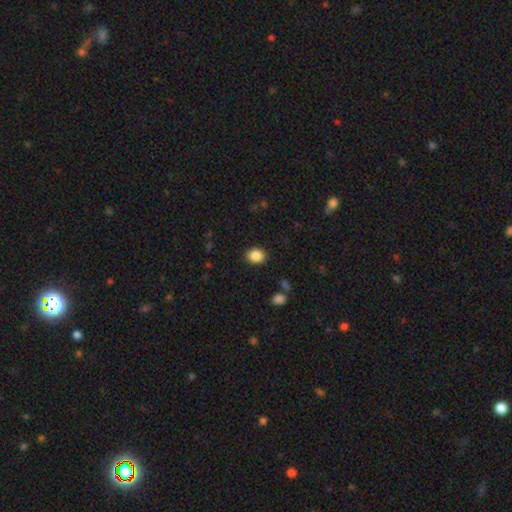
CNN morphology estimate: Smooth or featured?
  - smooth: 87% *
  - star or artifact: 9%
  - featured or disk: 5%
How rounded?
  - in between: 52% *
  - round: 47%
  - cigar-shaped: 1%
Merging?
  - none: 89% *
  - minor disturbance: 8%
  - major disturbance: 2%
  - merger: 1%